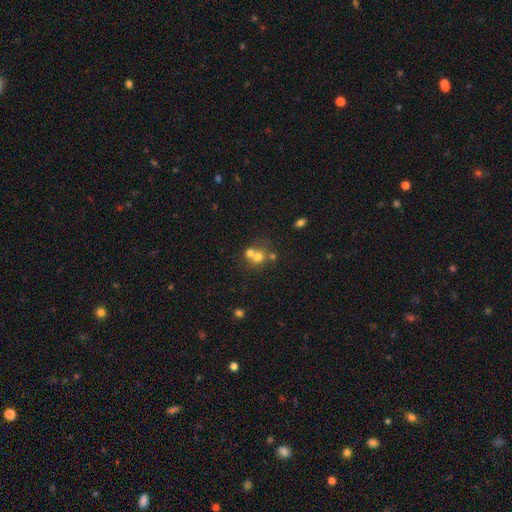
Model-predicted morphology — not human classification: This is likely a smooth galaxy (66%). How rounded: clearly round (80%). Merging: possibly merger (53%).